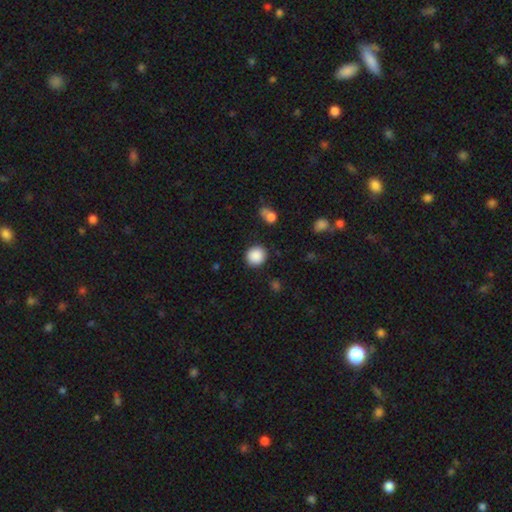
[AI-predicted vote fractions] Smooth or featured? smooth (88%)
How rounded? round (88%)
Merging? none (88%)